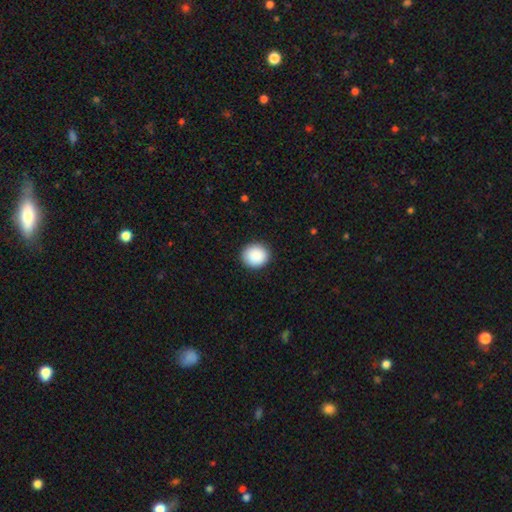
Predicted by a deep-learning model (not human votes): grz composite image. It shows a smooth galaxy with no disk features (90%) that is round (88%). Merging: none (91%).